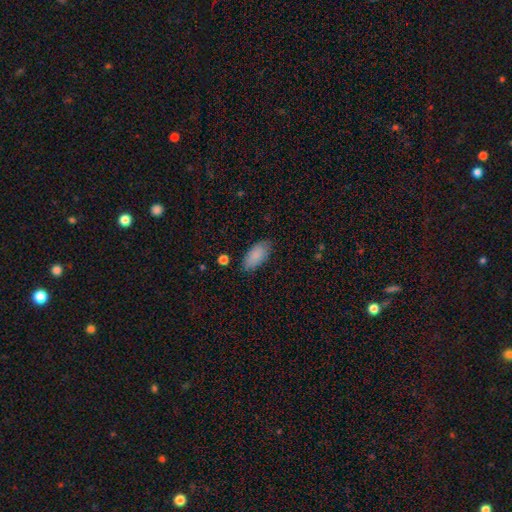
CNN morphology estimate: Smooth or featured?
  - smooth: 87% *
  - star or artifact: 7%
  - featured or disk: 7%
How rounded?
  - in between: 92% *
  - cigar-shaped: 5%
  - round: 3%
Merging?
  - none: 79% *
  - minor disturbance: 16%
  - major disturbance: 3%
  - merger: 2%